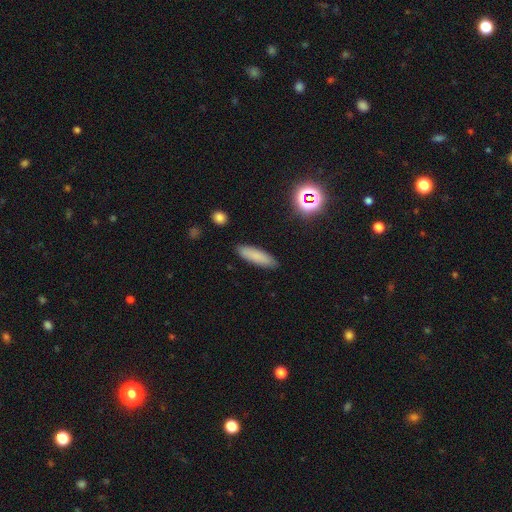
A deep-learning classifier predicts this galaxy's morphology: Q: Smooth or featured?
A: smooth (82%); runner-up: star or artifact (9%)
Q: How rounded?
A: cigar-shaped (64%); runner-up: in between (34%)
Q: Merging?
A: none (89%); runner-up: minor disturbance (8%)